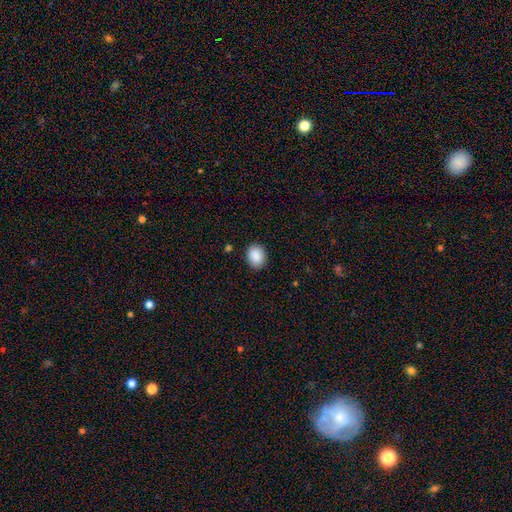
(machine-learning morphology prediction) type=smooth (89%); roundness=in between (52%); merging=none (88%).